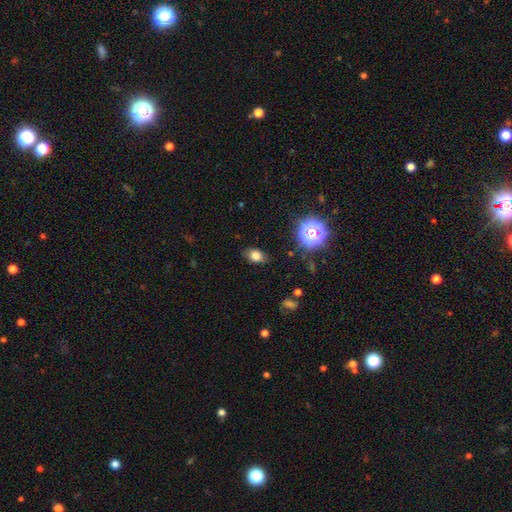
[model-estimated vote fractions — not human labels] Smooth or featured?
  - smooth: 75% *
  - star or artifact: 16%
  - featured or disk: 9%
How rounded?
  - in between: 73% *
  - round: 26%
  - cigar-shaped: 2%
Merging?
  - none: 80% *
  - minor disturbance: 15%
  - major disturbance: 4%
  - merger: 1%